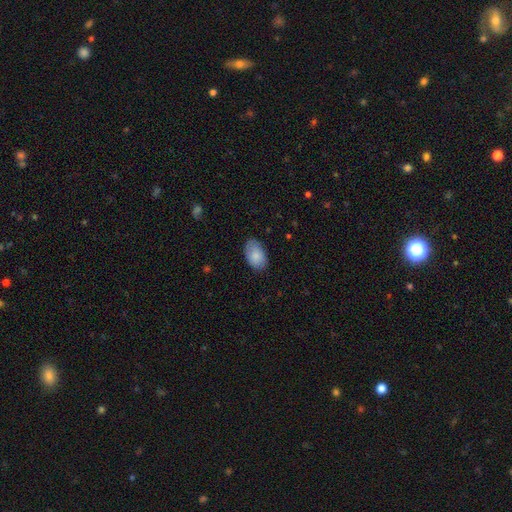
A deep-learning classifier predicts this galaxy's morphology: Smooth or featured: smooth — 84% (featured or disk — 10%)
How rounded: in between — 92% (round — 6%)
Merging: none — 79% (minor disturbance — 17%)